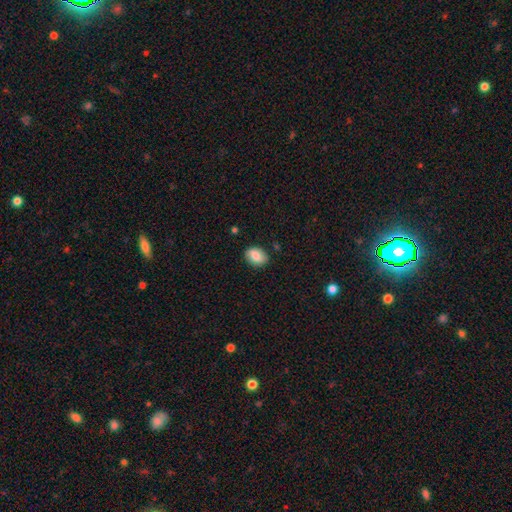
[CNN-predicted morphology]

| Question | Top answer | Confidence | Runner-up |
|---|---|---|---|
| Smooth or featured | smooth | 81% | featured or disk (11%) |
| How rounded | in between | 75% | round (24%) |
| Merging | none | 83% | minor disturbance (13%) |